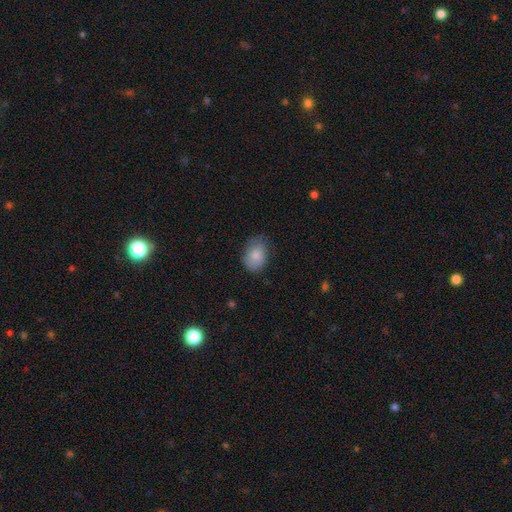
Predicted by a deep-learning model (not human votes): Smooth or featured?
  - smooth: 83% *
  - featured or disk: 10%
  - star or artifact: 7%
How rounded?
  - in between: 78% *
  - round: 21%
  - cigar-shaped: 1%
Merging?
  - none: 70% *
  - minor disturbance: 24%
  - major disturbance: 5%
  - merger: 1%